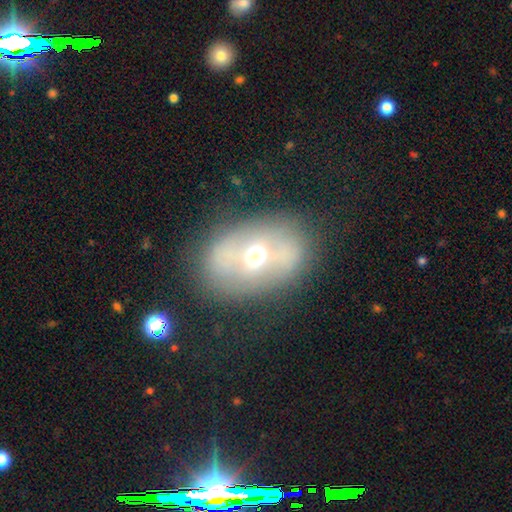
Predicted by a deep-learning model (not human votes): This appears to be a featured or disk galaxy (49%). Merging: none (72%).